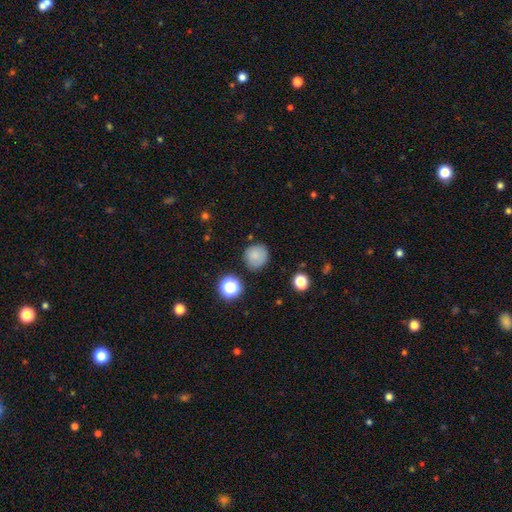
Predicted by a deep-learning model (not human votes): Overall: smooth (79%). How rounded: round (90%). Merging: none (78%).